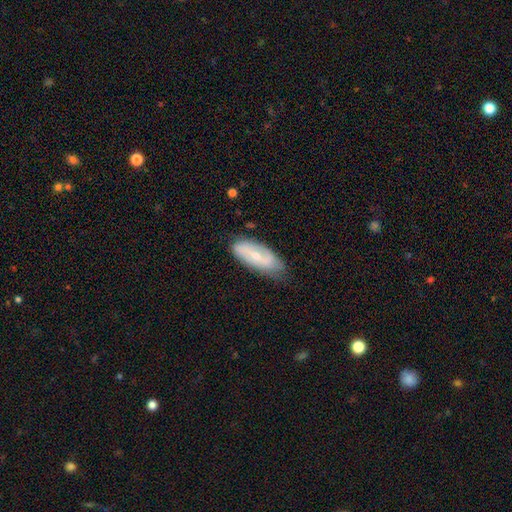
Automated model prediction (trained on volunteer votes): The model was most divided on "bar": no: 40%, weak: 39%, strong: 20%. More confident: edge-on disk — no (87%); spiral arms — yes (77%); merging — none (71%); smooth or featured — featured or disk (59%); bulge size — small (58%).